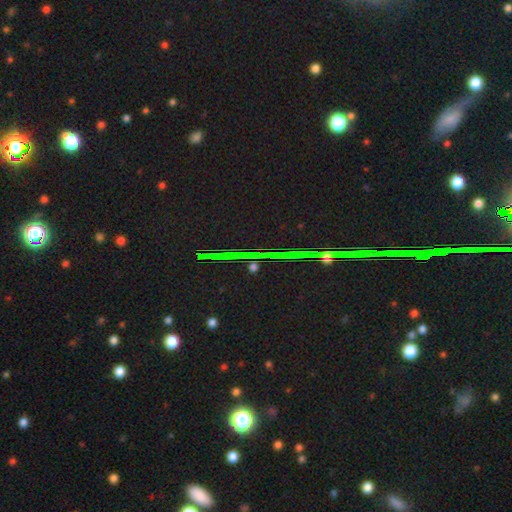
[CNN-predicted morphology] This appears to be a star or artifact, not a galaxy (80%).